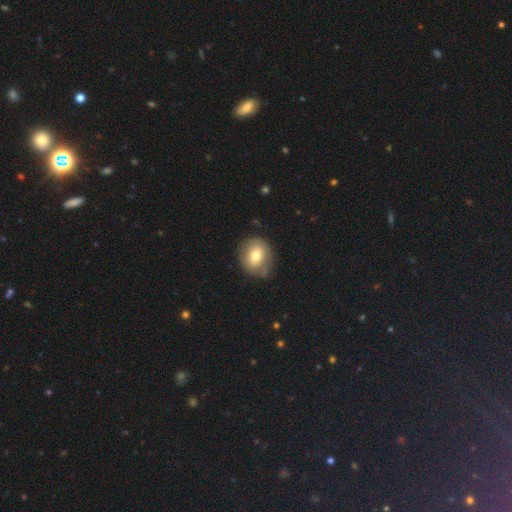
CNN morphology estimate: A smooth galaxy with no disk features (72%) that is round (70%). Merging: none (73%).